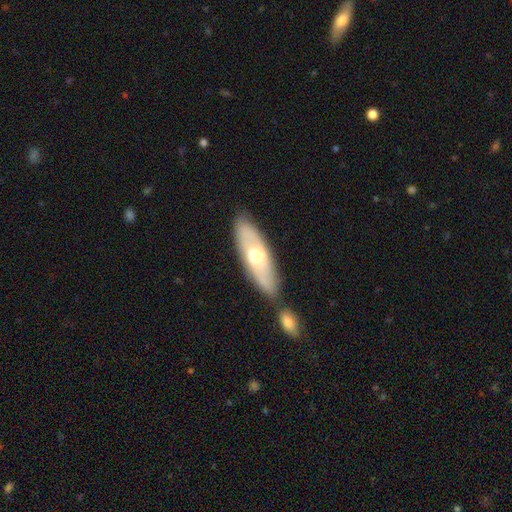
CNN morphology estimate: Smooth or featured: smooth — 50% (featured or disk — 45%)
Merging: none — 71% (merger — 13%)